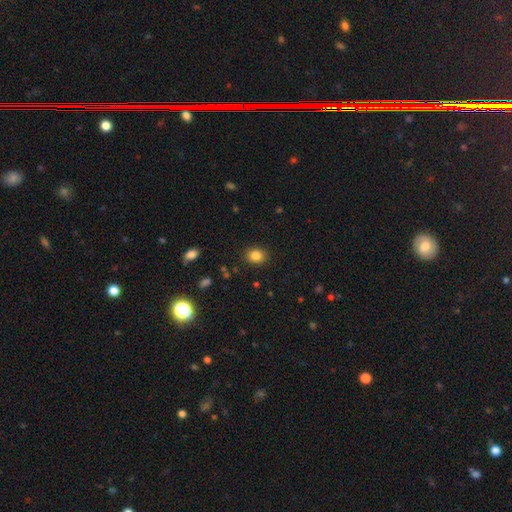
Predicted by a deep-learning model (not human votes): smooth-or-featured: smooth: 84% | star or artifact: 11% | featured or disk: 5%
  how-rounded: round: 61% | in between: 38% | cigar-shaped: 1%
  merging: none: 88% | minor disturbance: 8% | major disturbance: 3% | merger: 1%